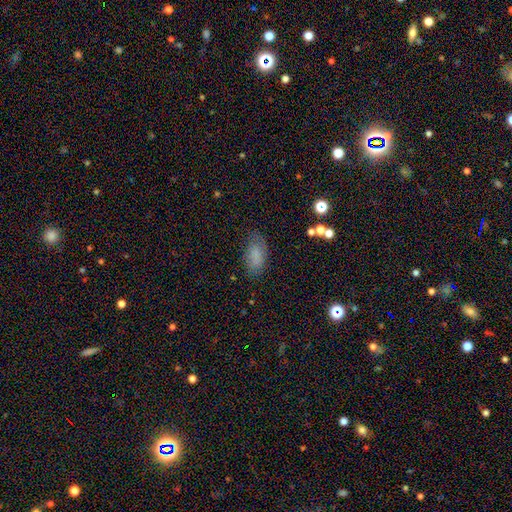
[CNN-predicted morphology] This appears to be a smooth galaxy with no disk features (74%) that is in between round and cigar-shaped (91%). Merging: none (72%).